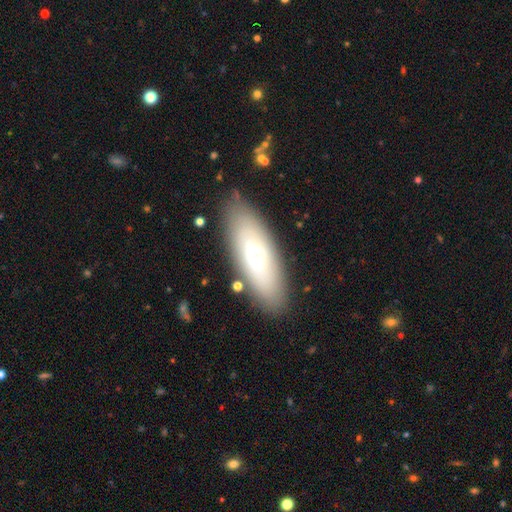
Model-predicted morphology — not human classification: Smooth or featured: smooth — 59% (featured or disk — 34%)
How rounded: in between — 66% (cigar-shaped — 31%)
Merging: none — 85% (minor disturbance — 10%)